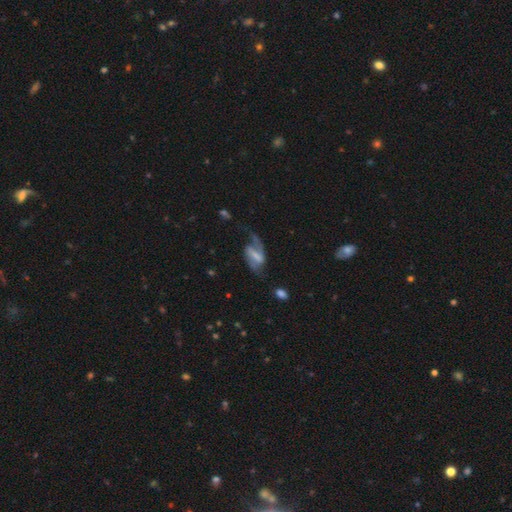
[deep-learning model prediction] A featured or disk galaxy (77%) with a strong bar (49%), 2 (76%) loose (55%) spiral arms (90%) and no central bulge (36%).

Vote fractions:
- Smooth or featured? featured or disk: 77% / smooth: 16% / star or artifact: 7%
- Edge-on disk? no: 96% / yes: 4%
- Bar? strong: 49% / weak: 38% / no: 13%
- Spiral arms? yes: 90% / no: 10%
- Spiral winding? loose: 55% / medium: 35% / tight: 10%
- Spiral arm count? 2: 76% / 1: 17% / can't tell: 4% / 3: 1% / 4: 1% / more than 4: 1%
- Bulge size? none: 36% / small: 30% / moderate: 23% / large: 9% / dominant: 2%
- Merging? none: 49% / major disturbance: 28% / minor disturbance: 19% / merger: 4%